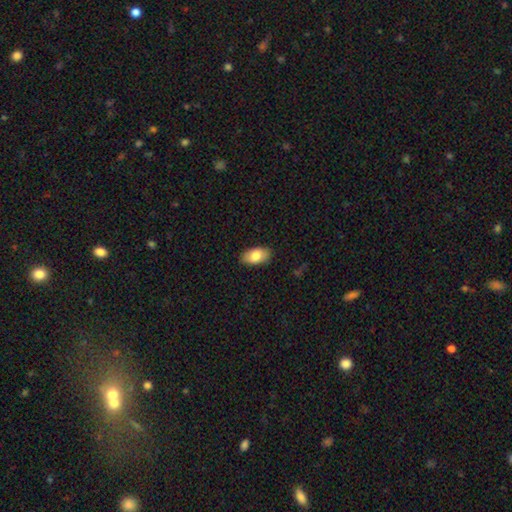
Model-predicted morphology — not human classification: Smooth or featured? Predicted: smooth (p=0.81). How rounded? Predicted: in between (p=0.93). Merging? Predicted: none (p=0.87).